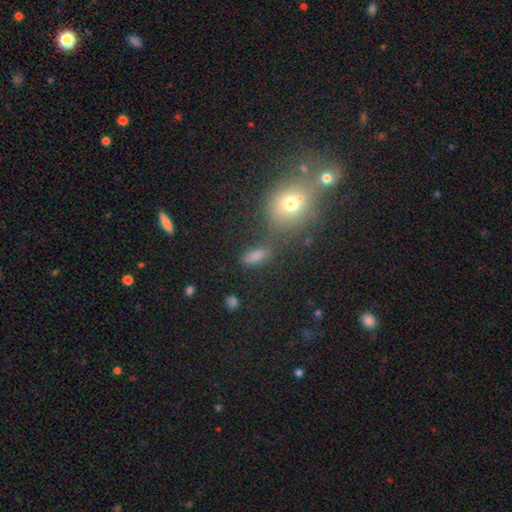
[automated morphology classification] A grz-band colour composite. It shows a smooth galaxy with no disk features (69%) that is in between round and cigar-shaped (69%). Merging: none (67%).